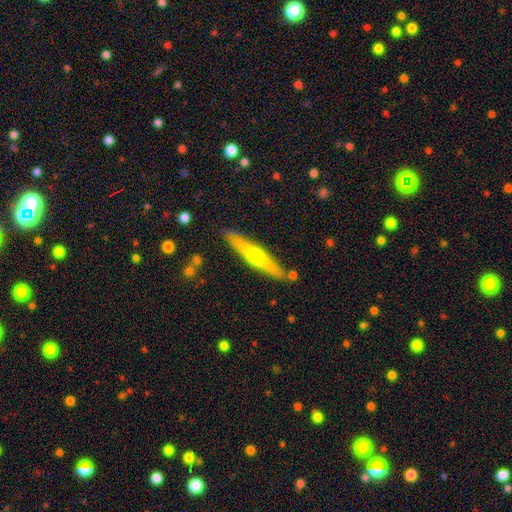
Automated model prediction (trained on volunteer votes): Q: Smooth or featured?
A: featured or disk (58%); runner-up: smooth (37%)
Q: Edge-on disk?
A: yes (94%); runner-up: no (6%)
Q: Edge-on bulge?
A: rounded (85%); runner-up: none (12%)
Q: Merging?
A: none (86%); runner-up: minor disturbance (9%)